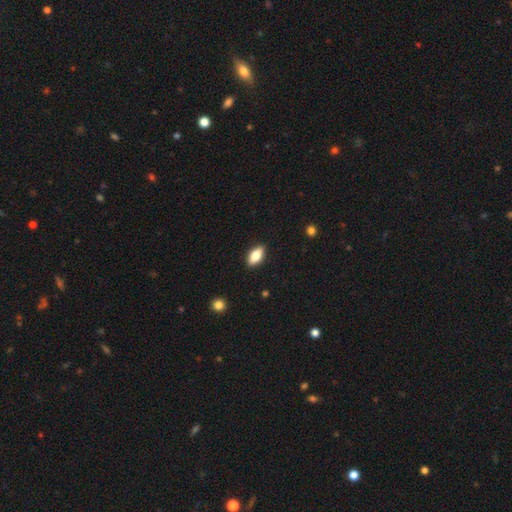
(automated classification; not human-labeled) smooth-or-featured: smooth: 73% | featured or disk: 20% | star or artifact: 7%
  how-rounded: in between: 86% | cigar-shaped: 10% | round: 4%
  merging: none: 89% | minor disturbance: 8% | major disturbance: 2% | merger: 1%